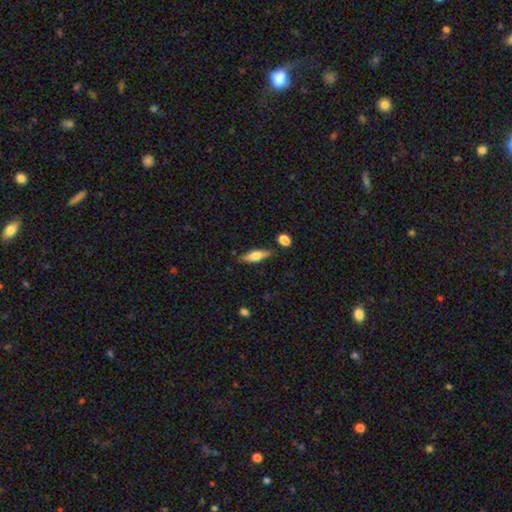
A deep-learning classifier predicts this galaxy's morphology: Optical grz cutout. It shows a smooth galaxy with no disk features (59%) that is in between round and cigar-shaped (52%). Merging: none (81%).